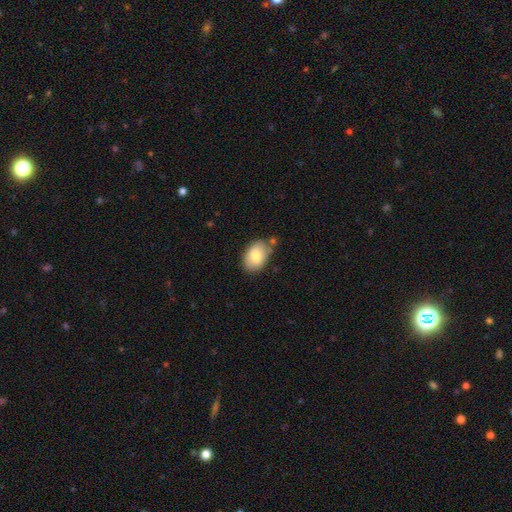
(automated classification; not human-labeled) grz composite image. It shows a smooth galaxy with no disk features (78%) that is in between round and cigar-shaped (86%). Merging: none (72%).